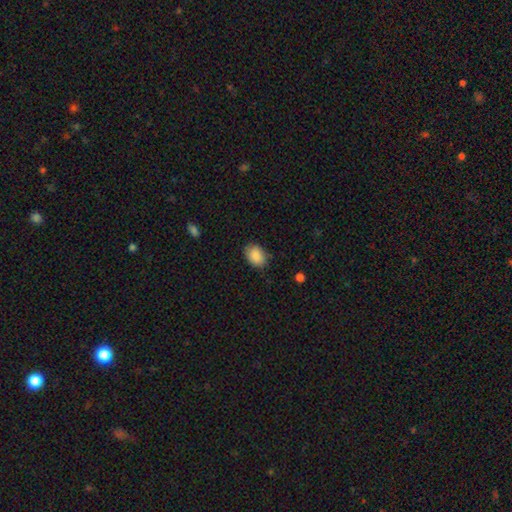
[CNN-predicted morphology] type=smooth (89%); roundness=in between (77%); merging=none (79%).